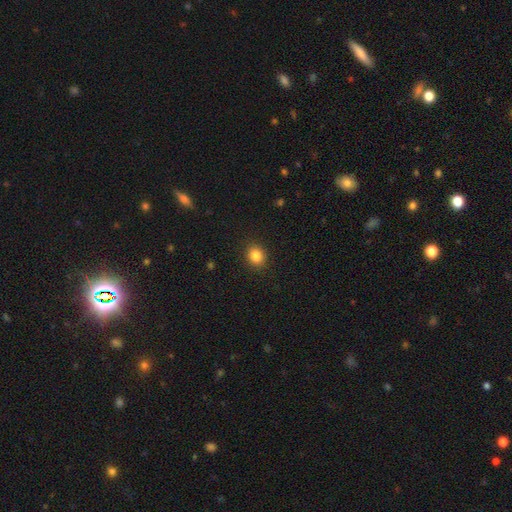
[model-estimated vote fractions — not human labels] smooth 85%, star or artifact 10%, featured or disk 5%. Down the decision tree: how rounded — round (67%); merging — none (90%).